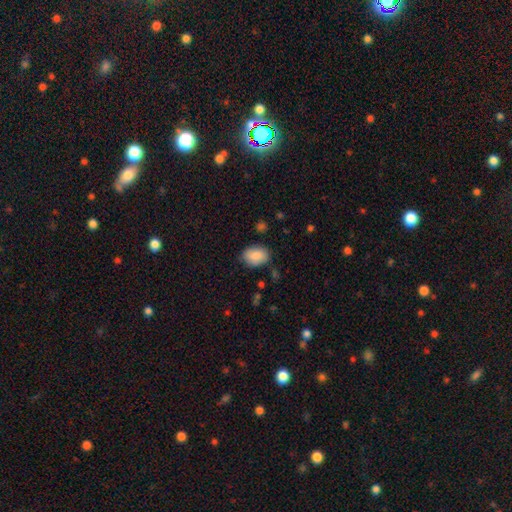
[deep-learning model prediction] smooth_or_featured: smooth (p=0.87) [alt: star or artifact p=0.07]
how_rounded: in between (p=0.81) [alt: round p=0.18]
merging: none (p=0.79) [alt: minor disturbance p=0.16]